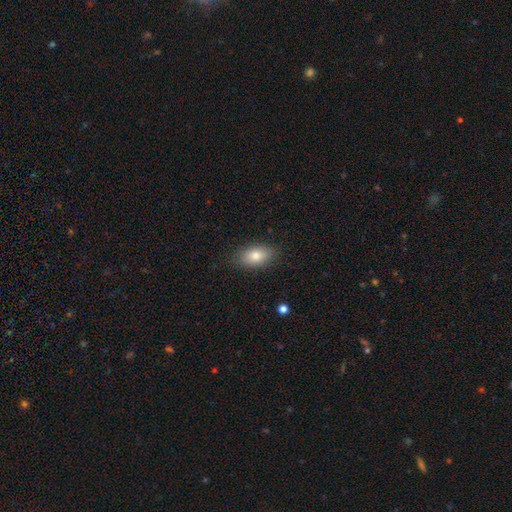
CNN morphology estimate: Smooth or featured? smooth (81%)
How rounded? in between (89%)
Merging? none (86%)